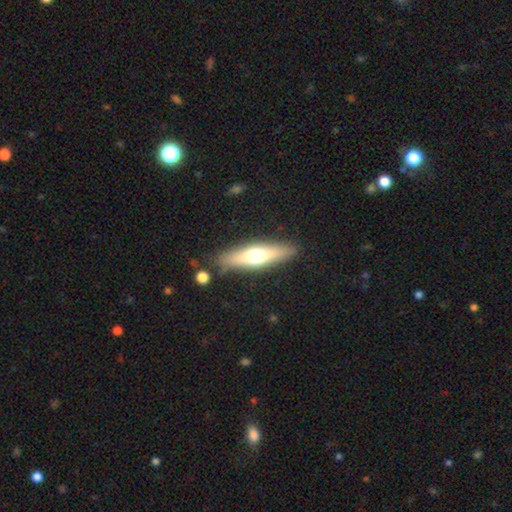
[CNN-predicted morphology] Smooth or featured? Predicted: smooth (p=0.48). Merging? Predicted: none (p=0.84).